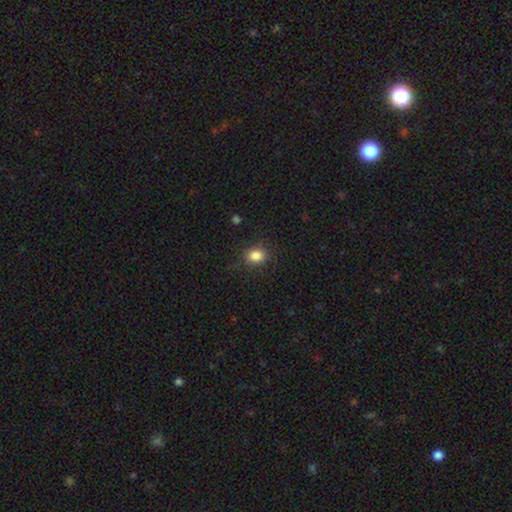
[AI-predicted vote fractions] A smooth galaxy with no disk features (85%) that is round (53%).

Vote fractions:
- Smooth or featured? smooth: 85% / star or artifact: 11% / featured or disk: 5%
- How rounded? round: 53% / in between: 46% / cigar-shaped: 1%
- Merging? none: 86% / minor disturbance: 10% / major disturbance: 3% / merger: 1%